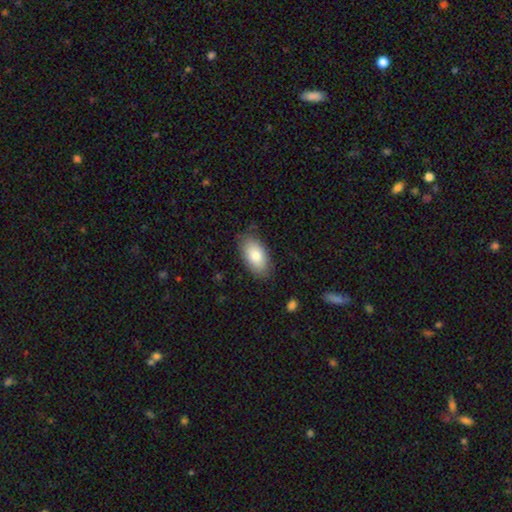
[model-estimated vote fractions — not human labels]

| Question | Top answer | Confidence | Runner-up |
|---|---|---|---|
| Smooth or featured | smooth | 82% | featured or disk (12%) |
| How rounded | in between | 94% | cigar-shaped (3%) |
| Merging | none | 82% | minor disturbance (14%) |